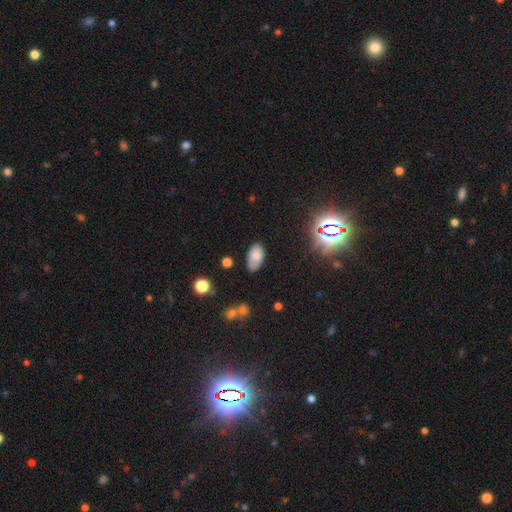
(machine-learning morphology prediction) Smooth or featured?
  - smooth: 77% *
  - featured or disk: 12%
  - star or artifact: 11%
How rounded?
  - in between: 94% *
  - round: 4%
  - cigar-shaped: 2%
Merging?
  - none: 69% *
  - minor disturbance: 23%
  - major disturbance: 5%
  - merger: 3%